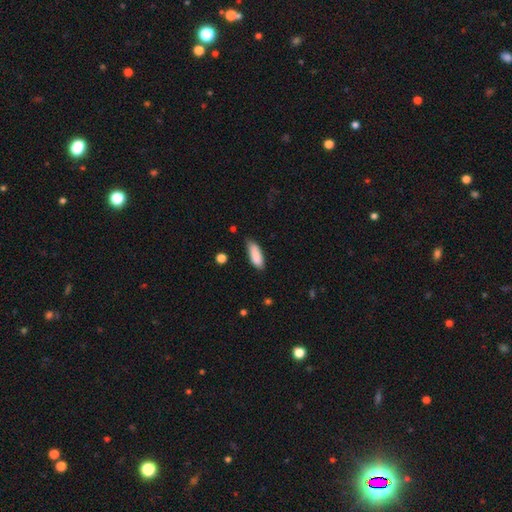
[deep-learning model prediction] Q: Smooth or featured?
A: smooth (88%); runner-up: star or artifact (6%)
Q: How rounded?
A: in between (67%); runner-up: cigar-shaped (31%)
Q: Merging?
A: none (71%); runner-up: minor disturbance (24%)